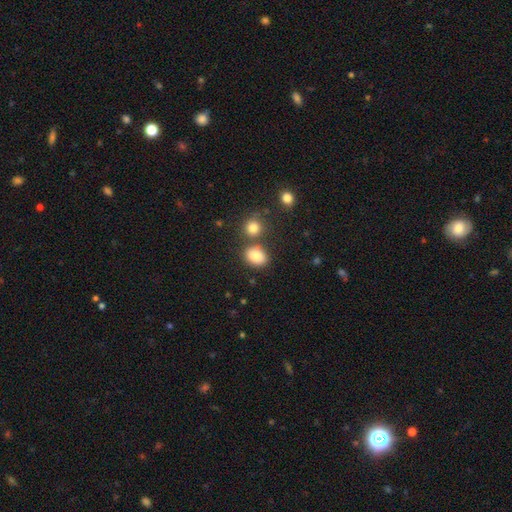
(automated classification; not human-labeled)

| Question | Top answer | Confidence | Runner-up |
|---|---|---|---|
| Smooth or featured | smooth | 83% | star or artifact (10%) |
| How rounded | in between | 56% | round (43%) |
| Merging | none | 71% | merger (15%) |